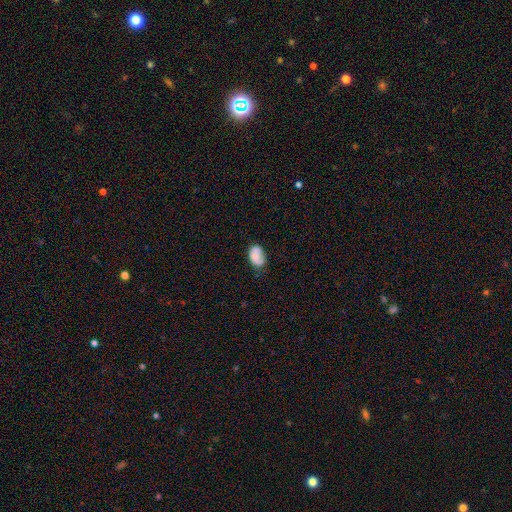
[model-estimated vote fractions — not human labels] Smooth or featured? Predicted: smooth (p=0.67). How rounded? Predicted: in between (p=0.85). Merging? Predicted: none (p=0.51).